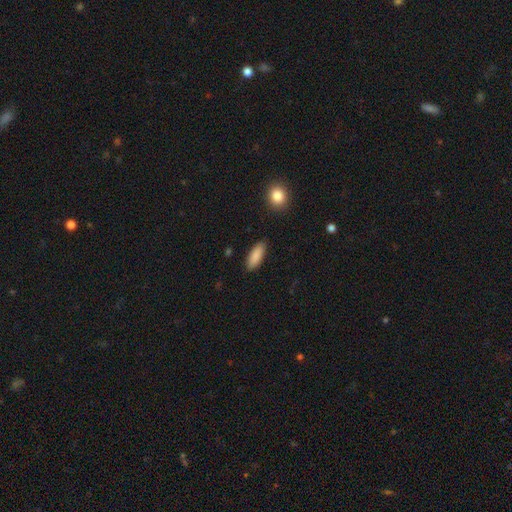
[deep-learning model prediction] Q: Smooth or featured?
A: smooth (89%); runner-up: star or artifact (6%)
Q: How rounded?
A: in between (72%); runner-up: cigar-shaped (27%)
Q: Merging?
A: none (87%); runner-up: minor disturbance (9%)